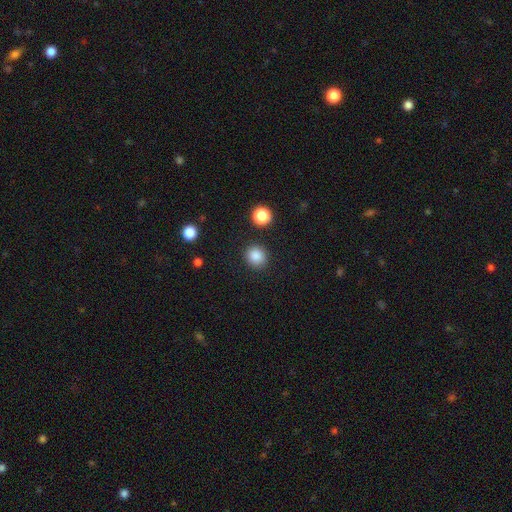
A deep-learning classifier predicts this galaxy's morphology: smooth 86%, star or artifact 11%, featured or disk 4%. Down the decision tree: how rounded — round (85%); merging — none (88%).